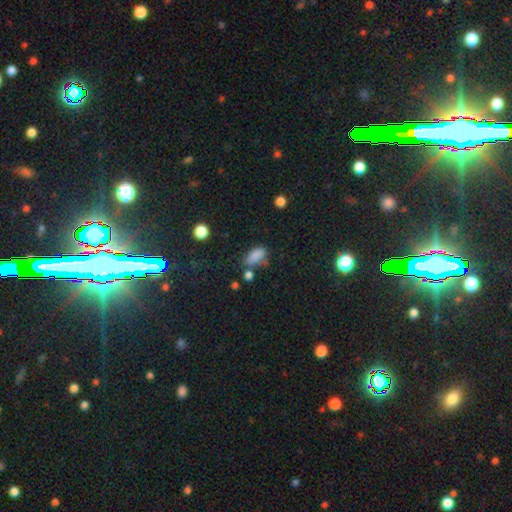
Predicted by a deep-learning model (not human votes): A smooth galaxy with no disk features (82%) that is in between round and cigar-shaped (87%).

Vote fractions:
- Smooth or featured? smooth: 82% / star or artifact: 12% / featured or disk: 6%
- How rounded? in between: 87% / round: 7% / cigar-shaped: 6%
- Merging? none: 49% / minor disturbance: 28% / major disturbance: 12% / merger: 11%